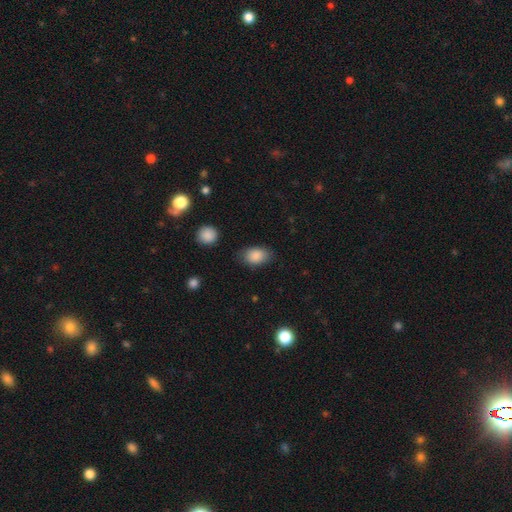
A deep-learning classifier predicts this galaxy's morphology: Overall: smooth (87%). How rounded: in between (85%). Merging: none (77%).